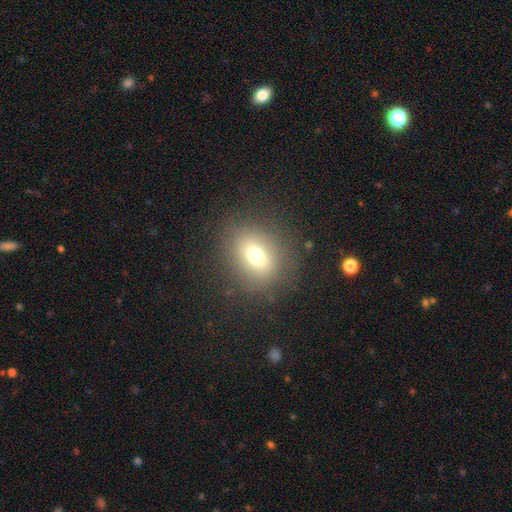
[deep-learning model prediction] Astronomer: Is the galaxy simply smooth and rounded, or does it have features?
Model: smooth — 70%.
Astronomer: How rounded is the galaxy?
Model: round — 53% (runner-up: in between, 45%).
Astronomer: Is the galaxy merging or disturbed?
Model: none — 83%.